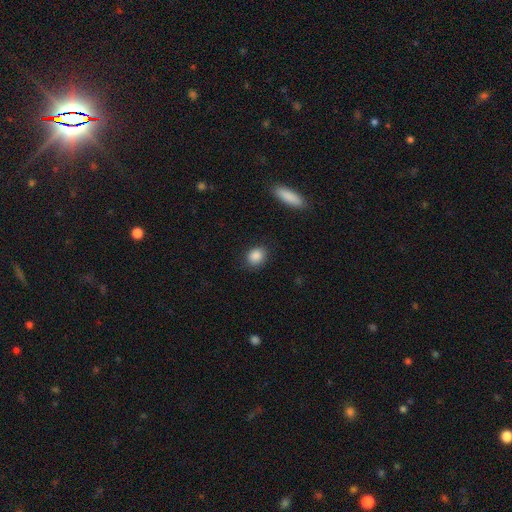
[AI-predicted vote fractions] Smooth or featured: smooth — 87% (star or artifact — 8%)
How rounded: round — 63% (in between — 36%)
Merging: none — 85% (minor disturbance — 11%)